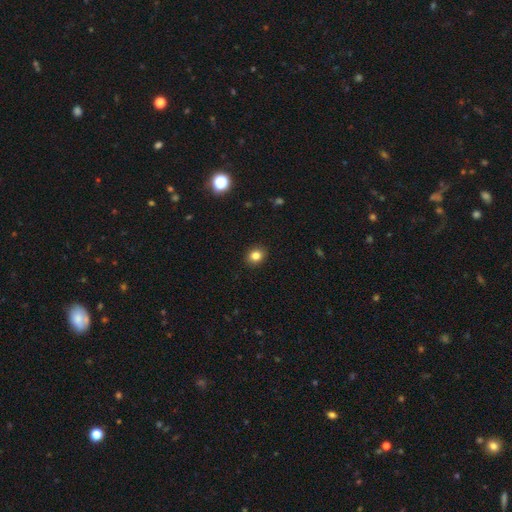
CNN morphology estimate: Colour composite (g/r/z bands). It shows a smooth galaxy with no disk features (84%) that is round (67%). Merging: none (91%).